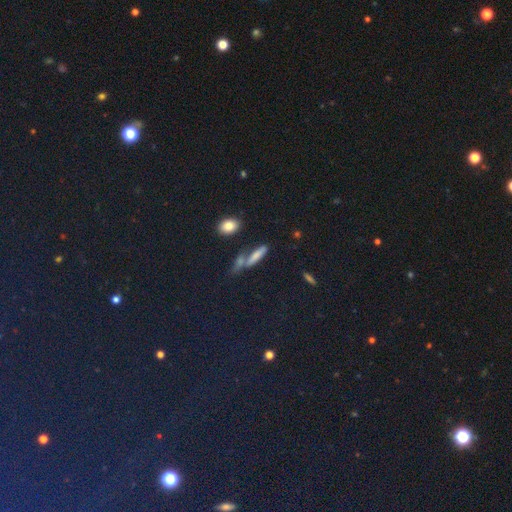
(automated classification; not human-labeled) The model was most divided on "merging": none: 53%, merger: 23%, minor disturbance: 16%, major disturbance: 8%. More confident: how rounded — cigar-shaped (71%); smooth or featured — smooth (66%).